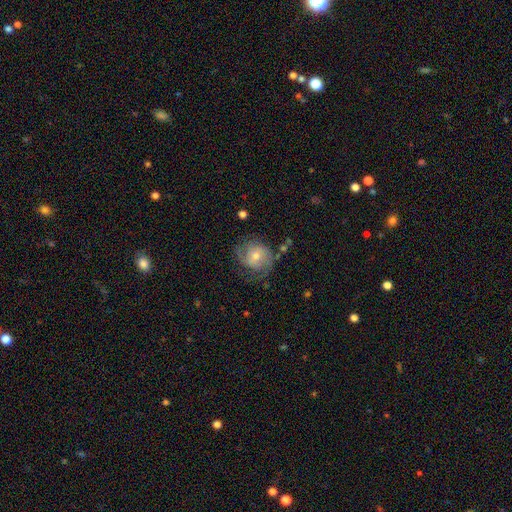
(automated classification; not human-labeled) Smooth or featured? featured or disk (59%)
Edge-on disk? no (97%)
Bar? no (66%)
Spiral arms? yes (82%)
Bulge size? moderate (54%)
Merging? none (59%)